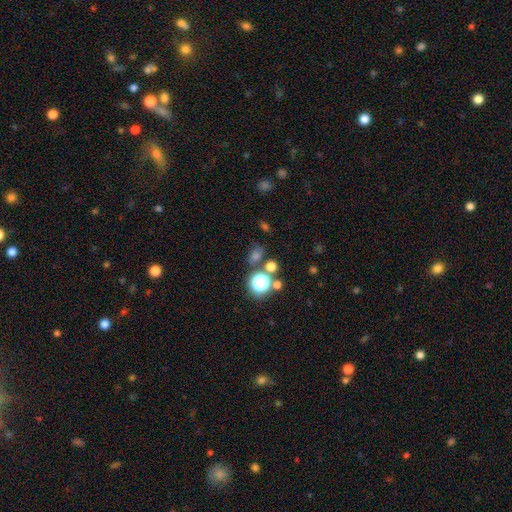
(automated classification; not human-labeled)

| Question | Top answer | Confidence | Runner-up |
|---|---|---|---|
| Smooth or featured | smooth | 49% | star or artifact (42%) |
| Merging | none | 70% | merger (14%) |